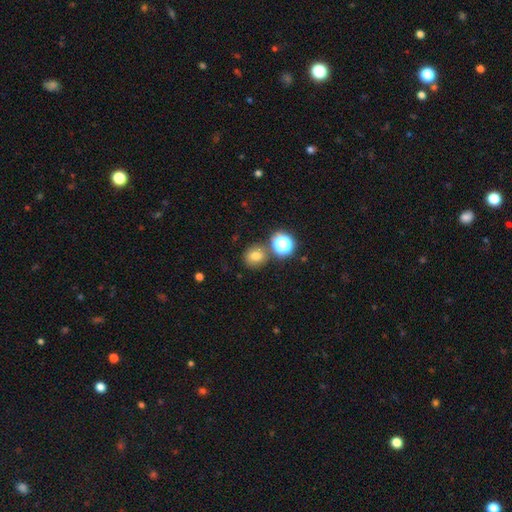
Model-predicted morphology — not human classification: Overall: smooth (73%). How rounded: round (79%). Merging: none (75%).